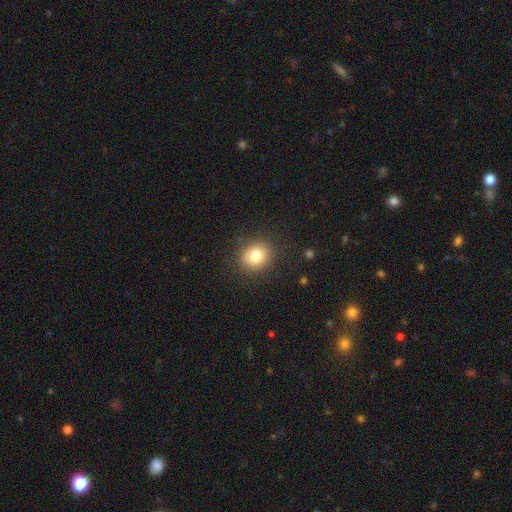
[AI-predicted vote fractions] Smooth or featured? smooth (81%)
How rounded? round (76%)
Merging? none (88%)